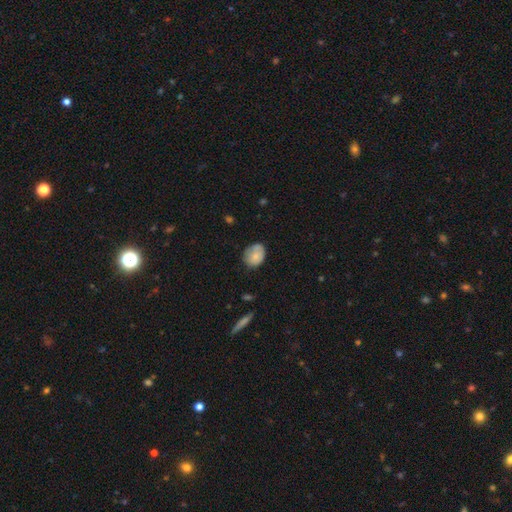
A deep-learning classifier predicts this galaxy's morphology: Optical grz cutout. It shows a smooth galaxy with no disk features (77%) that is in between round and cigar-shaped (54%). Merging: none (61%).